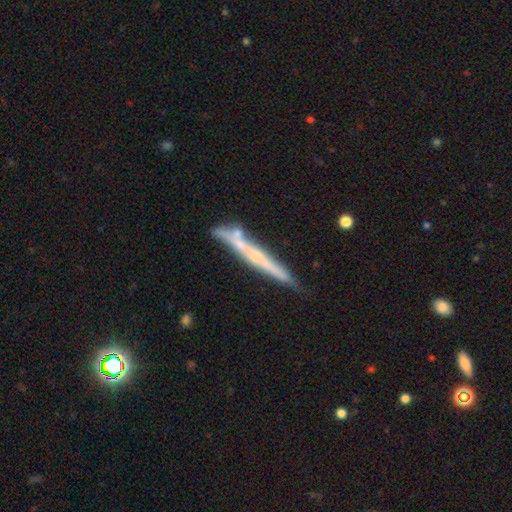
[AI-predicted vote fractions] Morphology: type=featured or disk (61%); edge-on=yes (94%); edge-on bulge=none (55%); merging=none (70%).